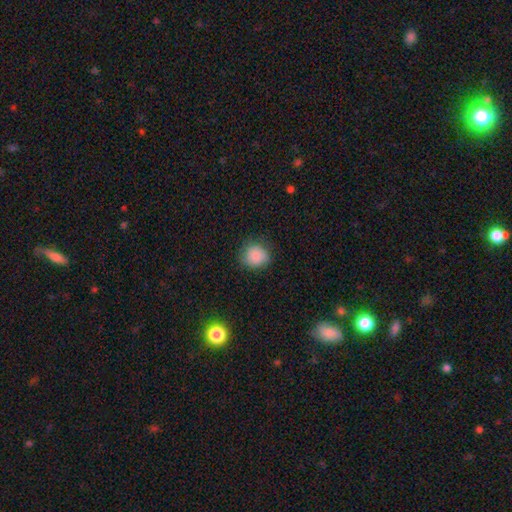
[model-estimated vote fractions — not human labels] Smooth or featured: smooth — 85% (star or artifact — 9%)
How rounded: round — 82% (in between — 17%)
Merging: none — 78% (minor disturbance — 17%)